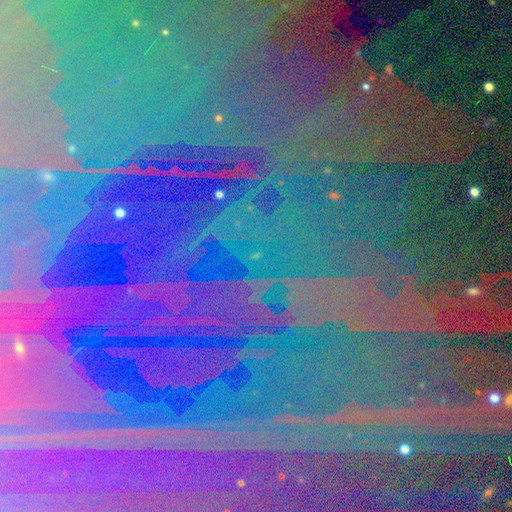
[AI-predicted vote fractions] Smooth or featured?
  - star or artifact: 87% *
  - featured or disk: 7%
  - smooth: 5%